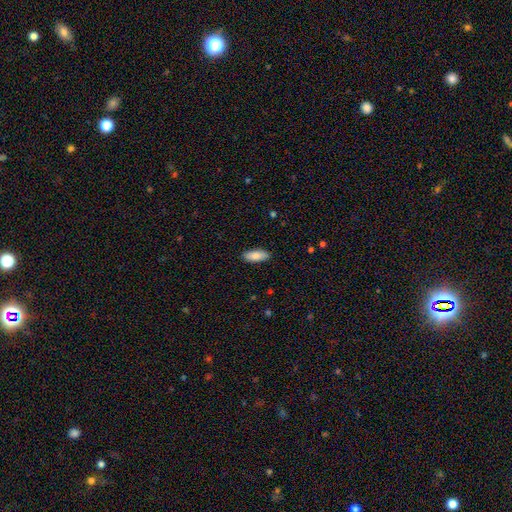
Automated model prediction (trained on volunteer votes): smooth_or_featured: smooth (p=0.85) [alt: featured or disk p=0.09]
how_rounded: in between (p=0.82) [alt: cigar-shaped p=0.17]
merging: none (p=0.89) [alt: minor disturbance p=0.08]